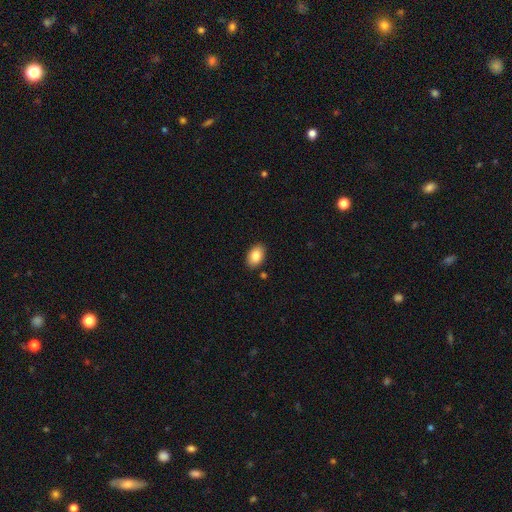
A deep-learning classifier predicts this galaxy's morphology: smooth-or-featured: smooth: 84% | featured or disk: 8% | star or artifact: 7%
  how-rounded: in between: 89% | round: 10% | cigar-shaped: 1%
  merging: none: 87% | minor disturbance: 9% | major disturbance: 2% | merger: 2%